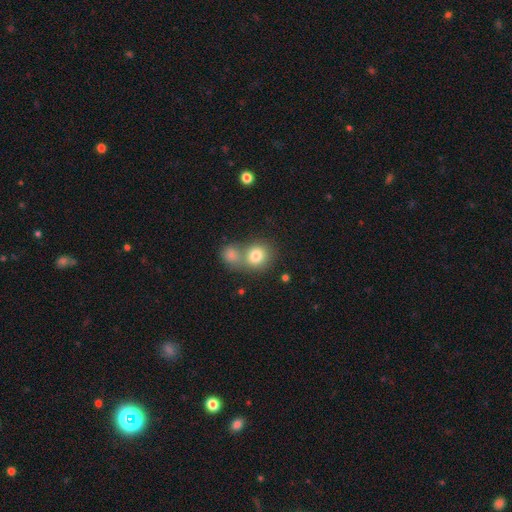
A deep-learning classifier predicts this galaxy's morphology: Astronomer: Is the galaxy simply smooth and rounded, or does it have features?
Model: smooth — 80%.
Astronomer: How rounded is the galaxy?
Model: round — 80%.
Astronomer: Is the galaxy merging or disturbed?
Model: merger — 47% (runner-up: none, 42%).